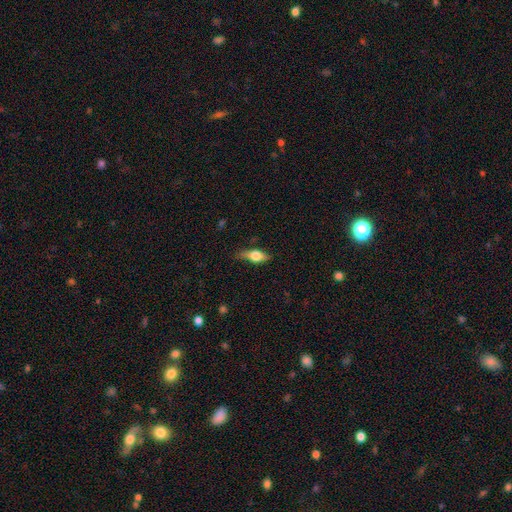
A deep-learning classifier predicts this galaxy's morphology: Smooth or featured? smooth (48%)
Merging? none (68%)